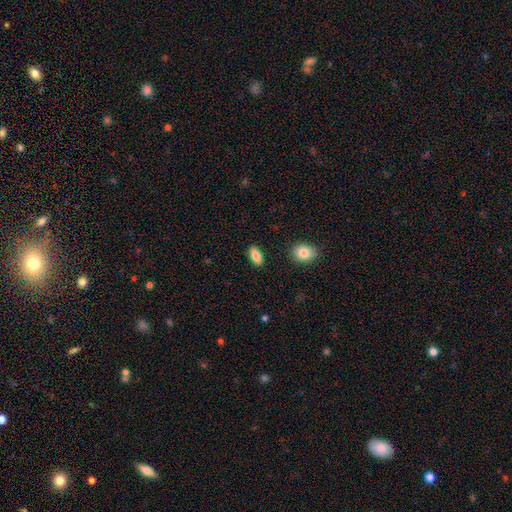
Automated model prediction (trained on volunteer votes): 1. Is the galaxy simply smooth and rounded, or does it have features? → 85% smooth, 8% featured or disk, 7% star or artifact.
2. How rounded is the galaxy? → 88% in between, 8% cigar-shaped, 3% round.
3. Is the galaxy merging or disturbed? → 89% none, 7% minor disturbance, 2% major disturbance, 1% merger.